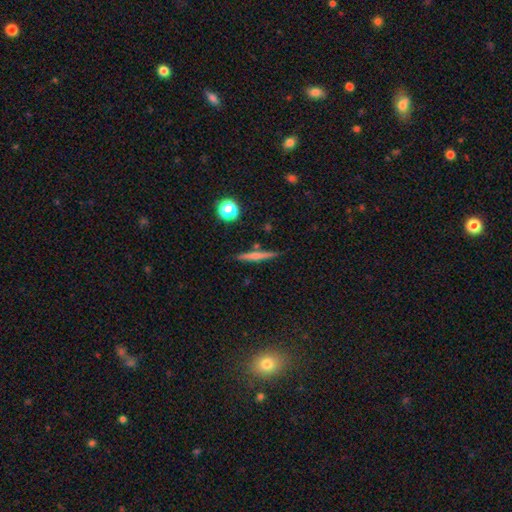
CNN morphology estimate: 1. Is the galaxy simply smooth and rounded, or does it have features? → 52% smooth, 40% featured or disk, 8% star or artifact.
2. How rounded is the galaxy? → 91% cigar-shaped, 5% in between, 3% round.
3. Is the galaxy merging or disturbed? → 83% none, 11% minor disturbance, 4% merger, 2% major disturbance.